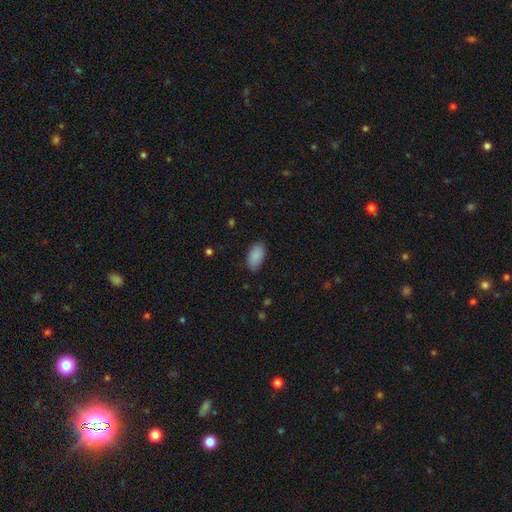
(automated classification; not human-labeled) smooth_or_featured: smooth (p=0.89) [alt: star or artifact p=0.07]
how_rounded: in between (p=0.95) [alt: round p=0.03]
merging: none (p=0.84) [alt: minor disturbance p=0.12]